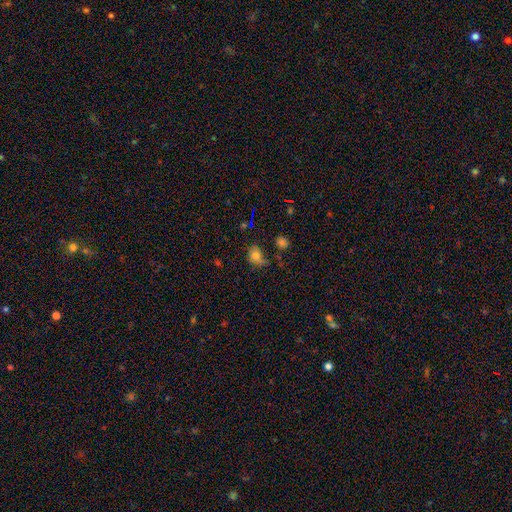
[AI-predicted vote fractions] Smooth or featured?
  - smooth: 74% *
  - star or artifact: 15%
  - featured or disk: 11%
How rounded?
  - in between: 58% *
  - round: 41%
  - cigar-shaped: 2%
Merging?
  - none: 49% *
  - minor disturbance: 29%
  - major disturbance: 14%
  - merger: 7%